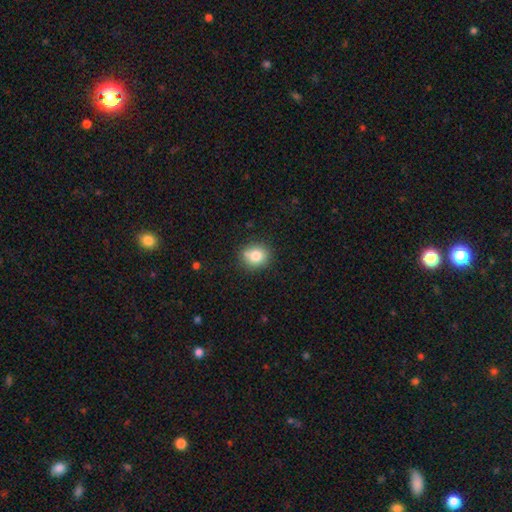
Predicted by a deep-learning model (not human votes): A smooth galaxy with no disk features (81%) that is round (76%). Merging: none (78%).